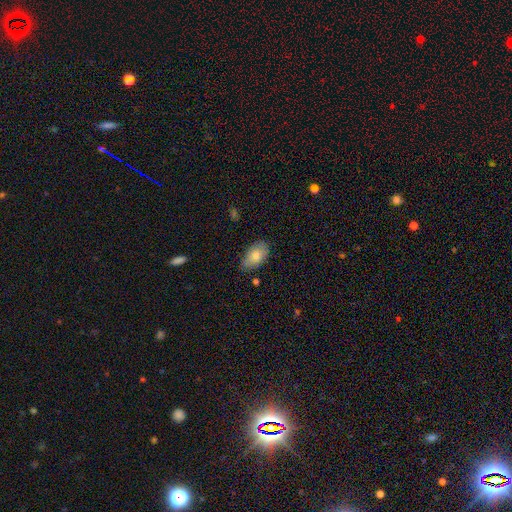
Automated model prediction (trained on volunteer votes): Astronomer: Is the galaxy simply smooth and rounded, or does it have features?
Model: smooth — 76%.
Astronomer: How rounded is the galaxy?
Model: in between — 92%.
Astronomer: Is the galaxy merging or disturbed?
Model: none — 76%.